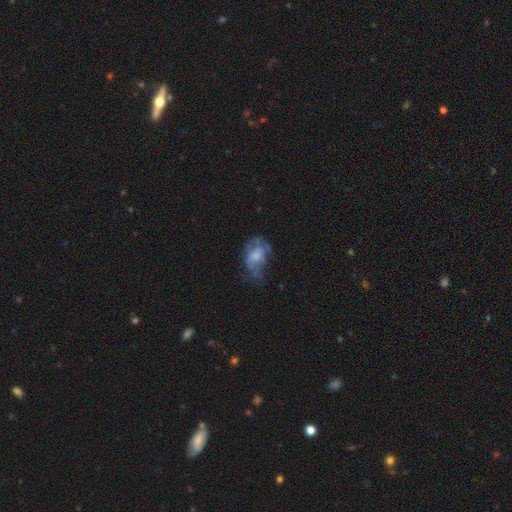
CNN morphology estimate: Q: Smooth or featured?
A: smooth (47%); runner-up: featured or disk (44%)
Q: Merging?
A: none (36%); runner-up: major disturbance (34%)